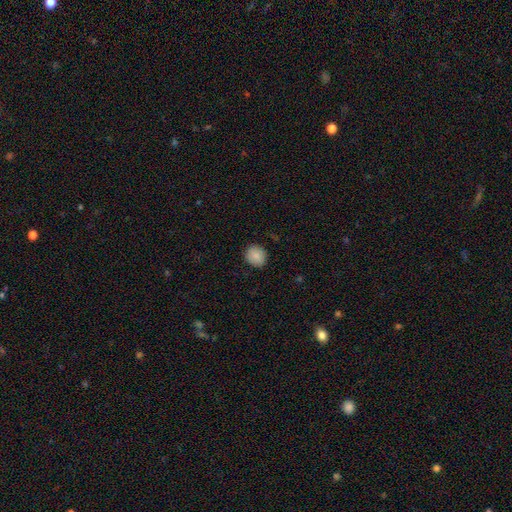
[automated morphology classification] The model was most divided on "how rounded": round: 77%, in between: 22%, cigar-shaped: 1%. More confident: merging — none (88%); smooth or featured — smooth (88%).